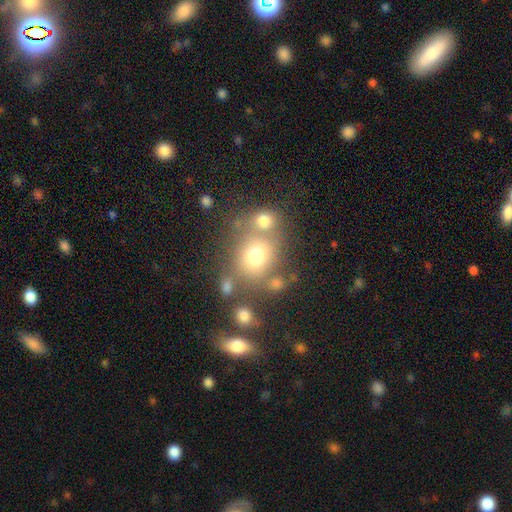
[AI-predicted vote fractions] smooth-or-featured: smooth: 70% | star or artifact: 16% | featured or disk: 14%
  how-rounded: round: 72% | in between: 27% | cigar-shaped: 1%
  merging: none: 52% | merger: 30% | minor disturbance: 12% | major disturbance: 6%